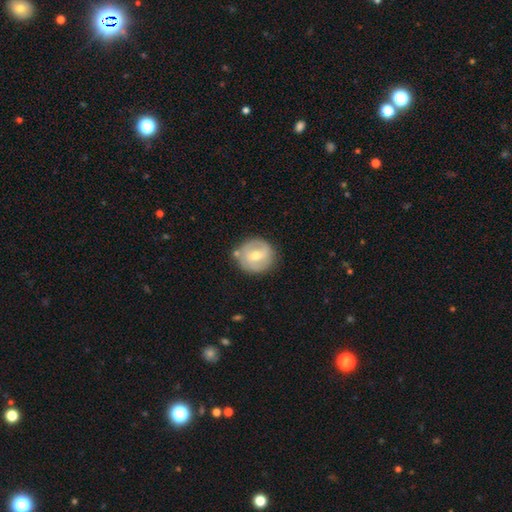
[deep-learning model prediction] A featured or disk galaxy (57%) with a weak bar (50%), spiral arms (62%) and a moderate central bulge (64%). Merging: none (77%).